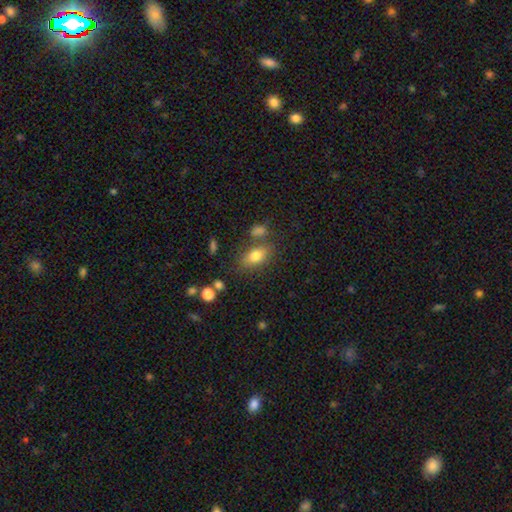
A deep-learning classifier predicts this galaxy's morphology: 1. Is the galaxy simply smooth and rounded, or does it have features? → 79% smooth, 12% featured or disk, 9% star or artifact.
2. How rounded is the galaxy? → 85% in between, 11% round, 5% cigar-shaped.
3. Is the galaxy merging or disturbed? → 69% none, 15% minor disturbance, 11% merger, 5% major disturbance.